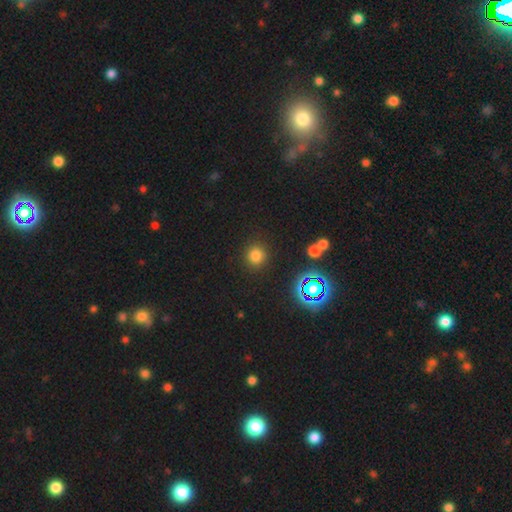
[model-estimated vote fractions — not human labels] Morphology: type=smooth (76%); roundness=round (92%); merging=none (89%).